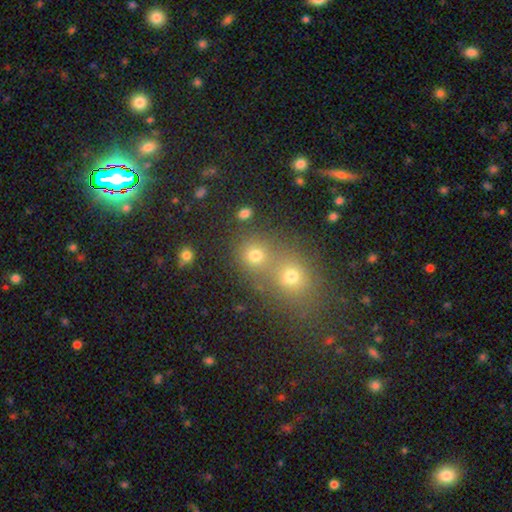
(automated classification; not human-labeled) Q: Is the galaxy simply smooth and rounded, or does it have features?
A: smooth — 56%.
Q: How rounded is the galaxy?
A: round — 80%.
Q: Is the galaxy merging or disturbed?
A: none — 49%.